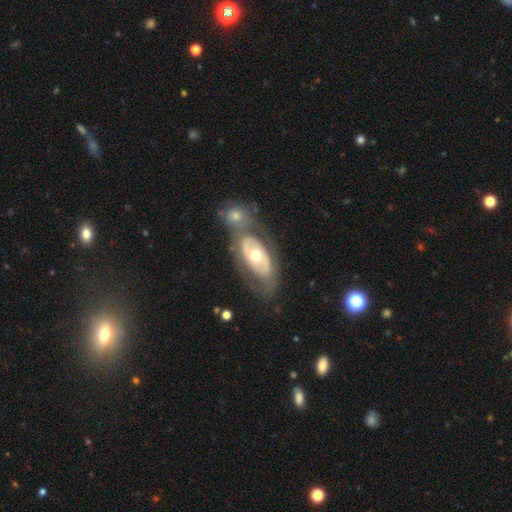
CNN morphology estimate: Q: Smooth or featured?
A: featured or disk (65%); runner-up: smooth (29%)
Q: Edge-on disk?
A: no (91%); runner-up: yes (9%)
Q: Bar?
A: no (82%); runner-up: weak (12%)
Q: Spiral arms?
A: no (64%); runner-up: yes (36%)
Q: Bulge size?
A: moderate (76%); runner-up: small (12%)
Q: Merging?
A: none (48%); runner-up: merger (28%)